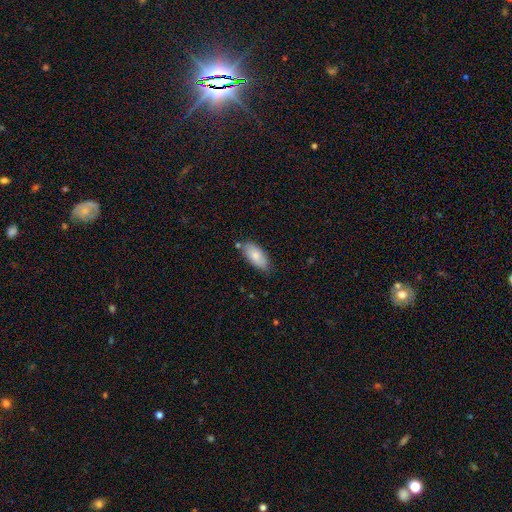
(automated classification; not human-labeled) smooth-or-featured: smooth: 81% | featured or disk: 13% | star or artifact: 6%
  how-rounded: in between: 90% | cigar-shaped: 8% | round: 2%
  merging: none: 74% | minor disturbance: 18% | merger: 5% | major disturbance: 3%